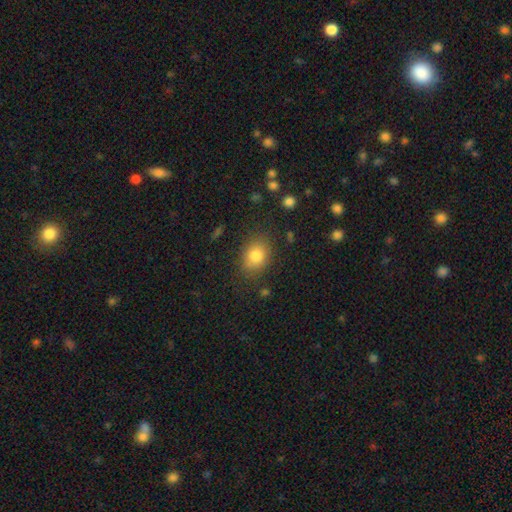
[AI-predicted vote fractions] This is clearly a smooth galaxy (81%). How rounded: likely in between (60%). Merging: likely none (78%).